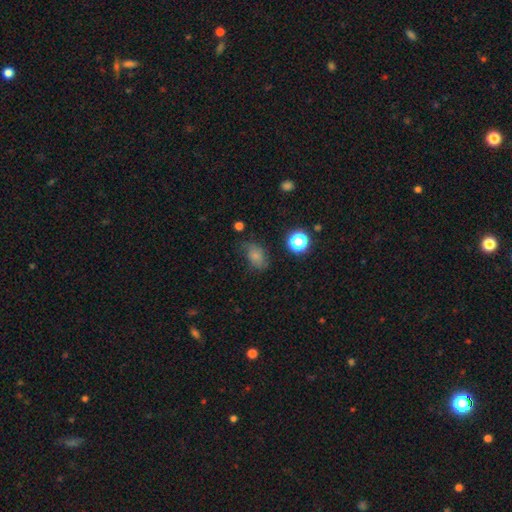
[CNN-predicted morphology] smooth 68%, featured or disk 16%, star or artifact 15%. Down the decision tree: how rounded — in between (78%); merging — none (55%).